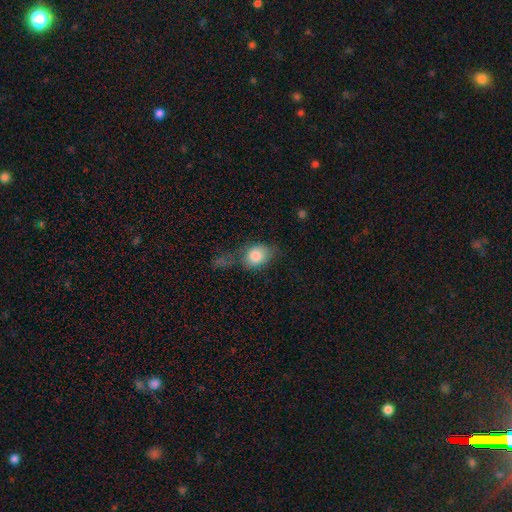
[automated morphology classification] This is clearly a smooth galaxy (82%). How rounded: likely in between (65%). Merging: marginally none (45%).